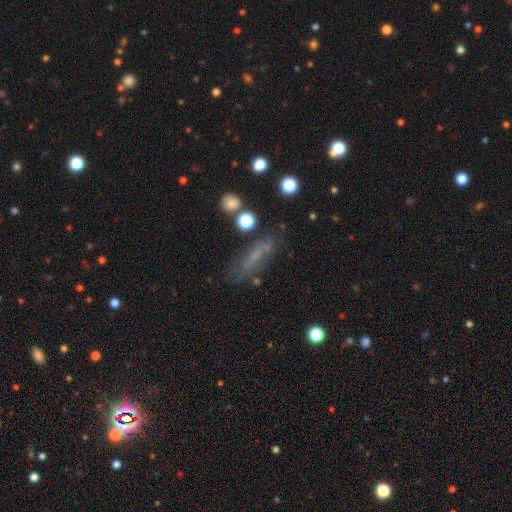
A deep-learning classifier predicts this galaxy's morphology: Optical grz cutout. It shows a smooth galaxy with no disk features (52%) that is cigar-shaped (67%). Merging: none (65%).